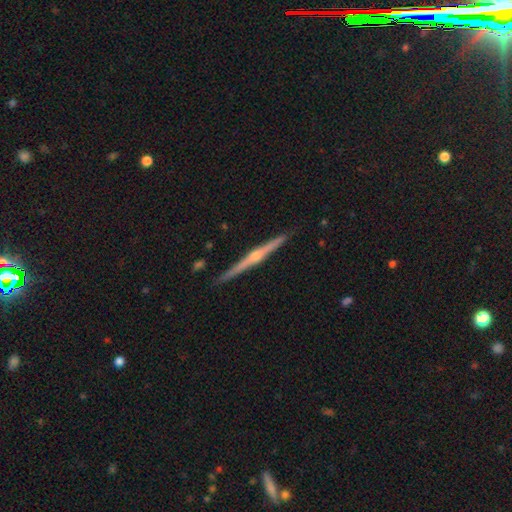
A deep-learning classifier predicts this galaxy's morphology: A featured or disk galaxy (82%) viewed edge-on (99%) with a rounded central bulge (87%). Merging: none (91%).